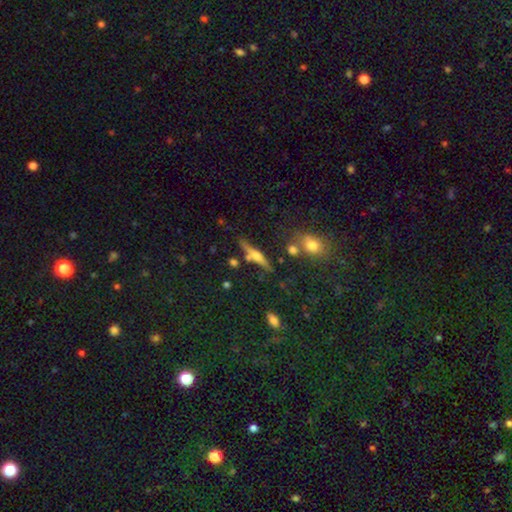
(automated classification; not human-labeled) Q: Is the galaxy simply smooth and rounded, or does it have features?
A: featured or disk — 58%.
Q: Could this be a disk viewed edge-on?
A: yes — 94%.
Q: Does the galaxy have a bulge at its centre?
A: rounded — 84%.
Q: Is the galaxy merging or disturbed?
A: none — 73%.